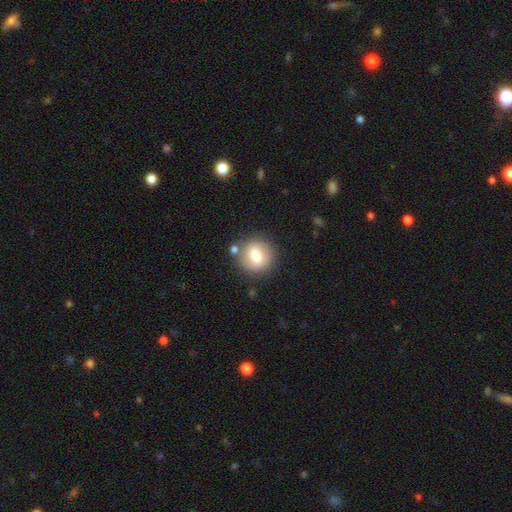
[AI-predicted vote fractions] Morphology: type=smooth (72%); roundness=round (88%); merging=none (79%).